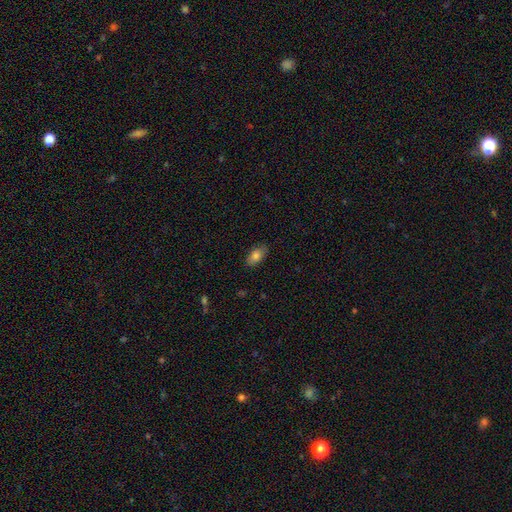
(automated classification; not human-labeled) The model was most divided on "smooth or featured": smooth: 81%, featured or disk: 11%, star or artifact: 8%. More confident: how rounded — in between (91%); merging — none (85%).